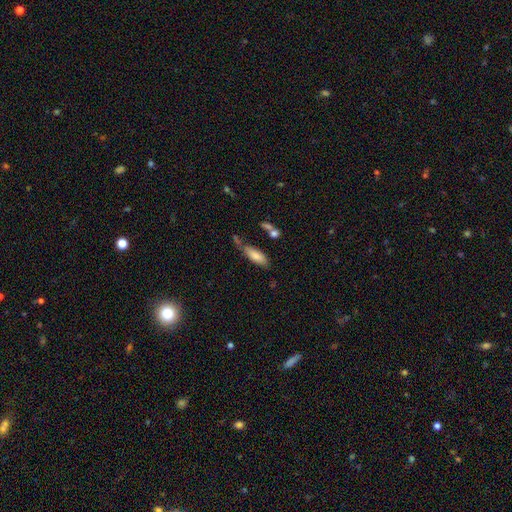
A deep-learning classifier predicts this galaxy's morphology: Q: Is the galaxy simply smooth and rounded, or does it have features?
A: smooth — 79%.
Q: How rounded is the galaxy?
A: in between — 67%.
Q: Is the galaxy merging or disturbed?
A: none — 49%.